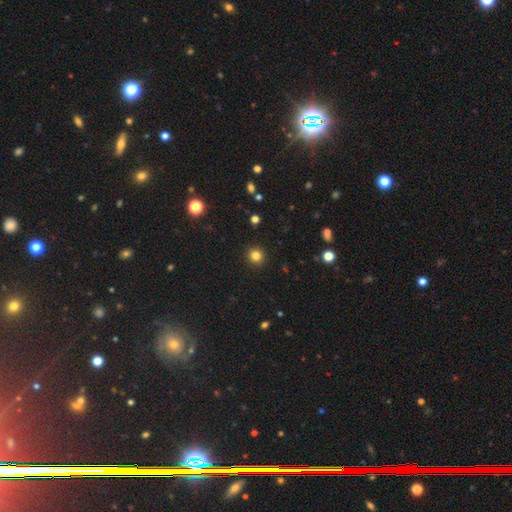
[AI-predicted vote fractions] smooth_or_featured: smooth (p=0.82) [alt: star or artifact p=0.13]
how_rounded: round (p=0.94) [alt: in between p=0.06]
merging: none (p=0.93) [alt: minor disturbance p=0.05]